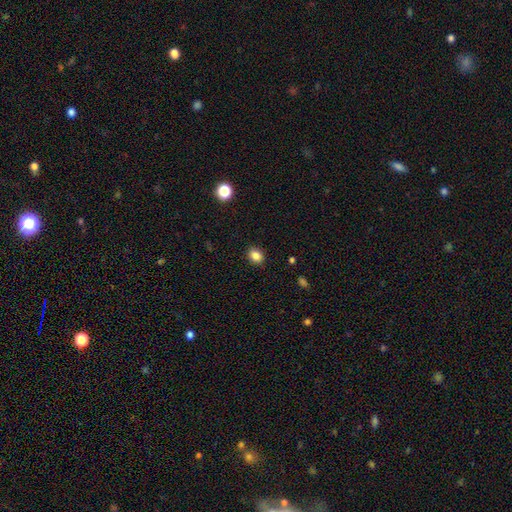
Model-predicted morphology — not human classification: This appears to be a smooth galaxy with no disk features (85%) that is in between round and cigar-shaped (50%). Merging: none (89%).